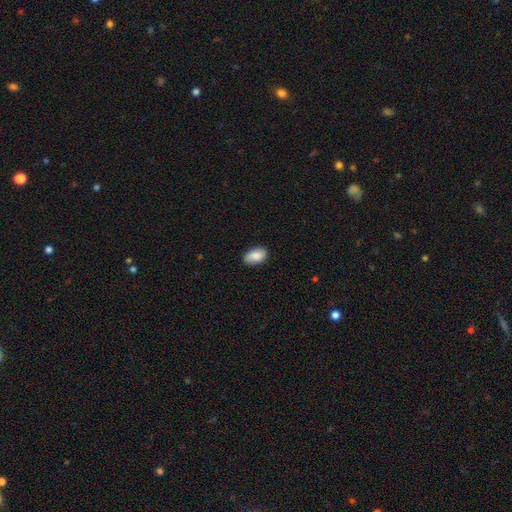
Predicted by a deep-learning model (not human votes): The model was most divided on "merging": none: 84%, minor disturbance: 12%, major disturbance: 2%, merger: 1%. More confident: how rounded — in between (93%); smooth or featured — smooth (86%).